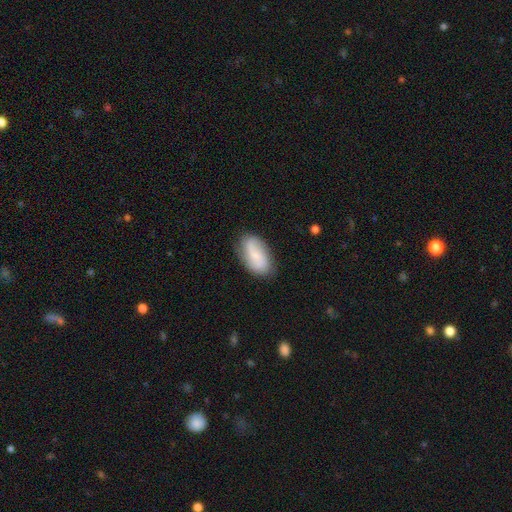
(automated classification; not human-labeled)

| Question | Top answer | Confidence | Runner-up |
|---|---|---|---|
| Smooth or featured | smooth | 57% | featured or disk (35%) |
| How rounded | in between | 92% | round (4%) |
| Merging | none | 74% | minor disturbance (19%) |